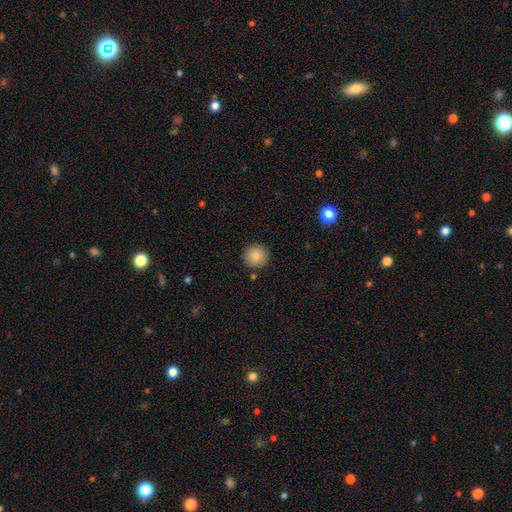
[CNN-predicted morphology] A smooth galaxy with no disk features (87%) that is round (94%).

Vote fractions:
- Smooth or featured? smooth: 87% / star or artifact: 8% / featured or disk: 4%
- How rounded? round: 94% / in between: 5% / cigar-shaped: 1%
- Merging? none: 89% / minor disturbance: 7% / merger: 2% / major disturbance: 2%